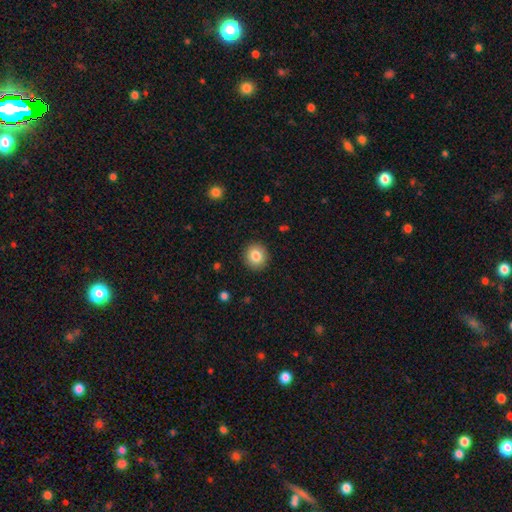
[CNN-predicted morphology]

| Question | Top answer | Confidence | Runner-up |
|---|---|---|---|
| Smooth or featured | smooth | 84% | star or artifact (9%) |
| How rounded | round | 89% | in between (10%) |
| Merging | none | 91% | minor disturbance (6%) |